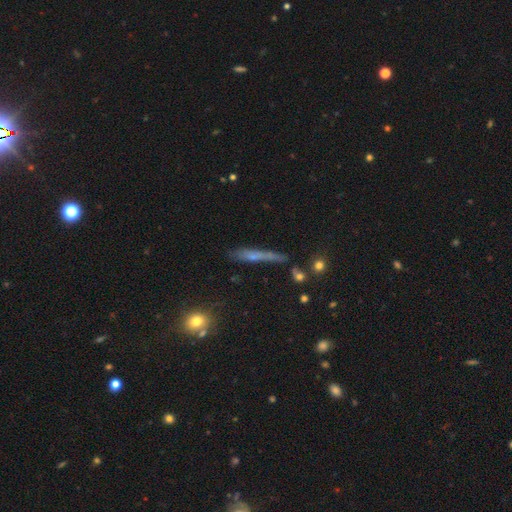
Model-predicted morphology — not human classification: smooth-or-featured: smooth: 49% | featured or disk: 39% | star or artifact: 13%
  merging: none: 65% | minor disturbance: 22% | major disturbance: 8% | merger: 5%